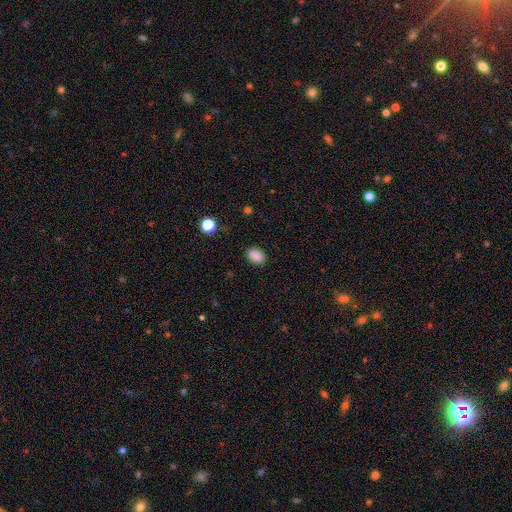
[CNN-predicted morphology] Smooth or featured? Predicted: smooth (p=0.87). How rounded? Predicted: in between (p=0.84). Merging? Predicted: none (p=0.86).